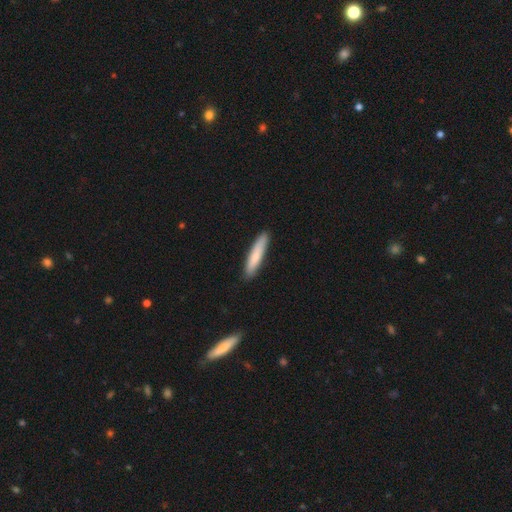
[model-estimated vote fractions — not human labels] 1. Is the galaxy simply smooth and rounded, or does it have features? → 79% smooth, 16% featured or disk, 5% star or artifact.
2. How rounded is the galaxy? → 89% cigar-shaped, 10% in between, 1% round.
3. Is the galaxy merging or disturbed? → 89% none, 8% minor disturbance, 1% major disturbance, 1% merger.